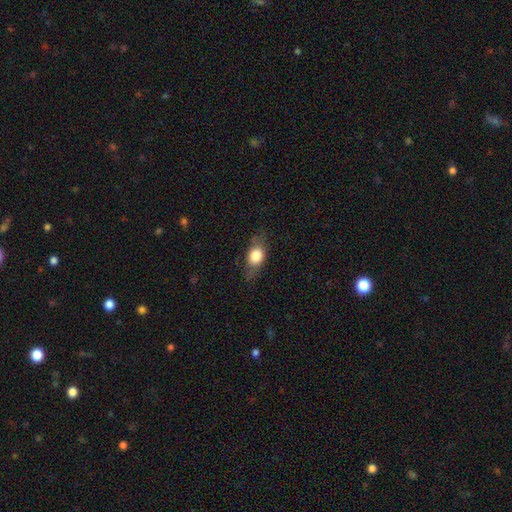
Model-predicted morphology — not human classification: A smooth galaxy with no disk features (71%) that is in between round and cigar-shaped (71%). Merging: none (73%).